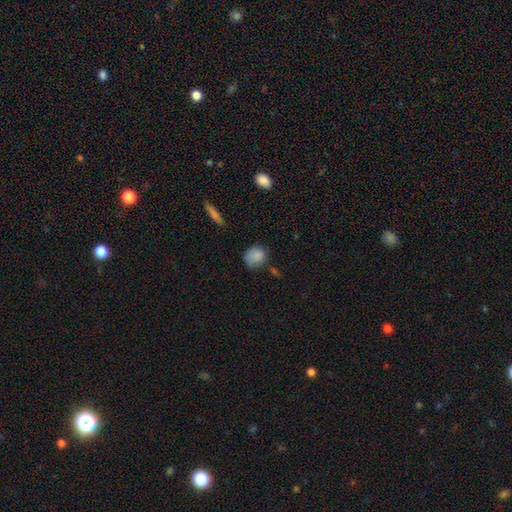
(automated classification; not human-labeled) Smooth or featured: smooth — 84% (star or artifact — 9%)
How rounded: round — 69% (in between — 30%)
Merging: none — 60% (minor disturbance — 28%)